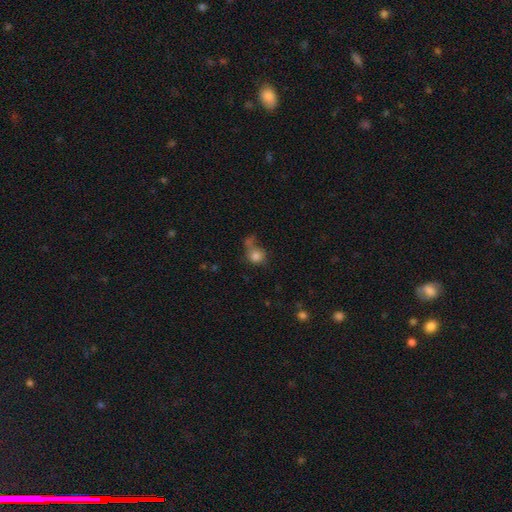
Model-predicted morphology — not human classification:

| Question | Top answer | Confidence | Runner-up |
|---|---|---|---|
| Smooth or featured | smooth | 80% | star or artifact (11%) |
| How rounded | round | 77% | in between (22%) |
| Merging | none | 41% | merger (27%) |